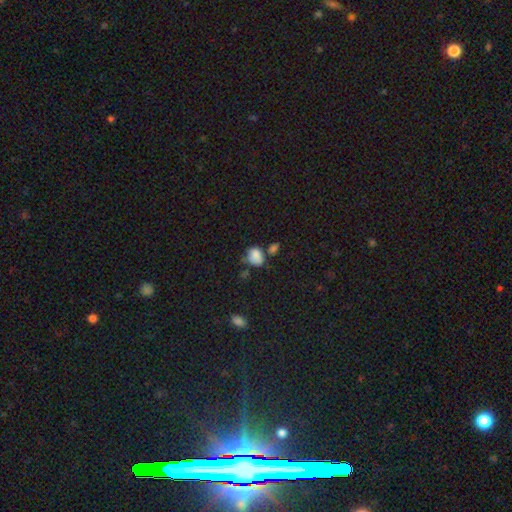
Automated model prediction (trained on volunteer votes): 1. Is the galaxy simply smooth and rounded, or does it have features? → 79% smooth, 11% star or artifact, 11% featured or disk.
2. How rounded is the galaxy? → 51% round, 48% in between, 1% cigar-shaped.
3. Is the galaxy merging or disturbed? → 38% none, 26% minor disturbance, 25% merger, 11% major disturbance.